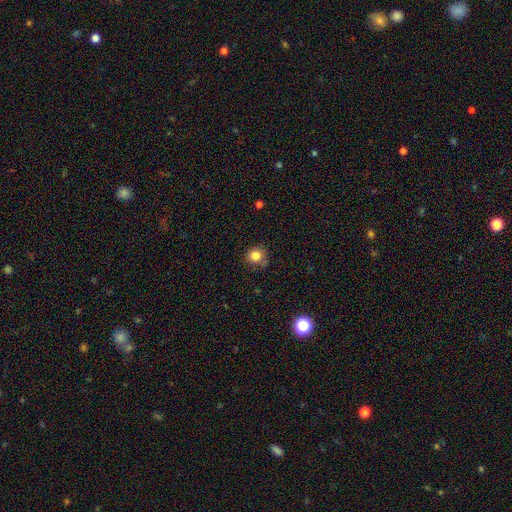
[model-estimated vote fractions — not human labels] A smooth galaxy with no disk features (82%) that is round (85%). Merging: none (76%).